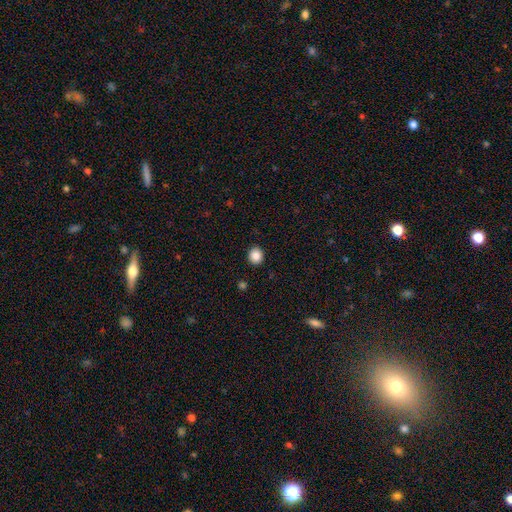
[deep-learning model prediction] The model was most divided on "how rounded": round: 84%, in between: 15%, cigar-shaped: 1%. More confident: merging — none (93%); smooth or featured — smooth (86%).